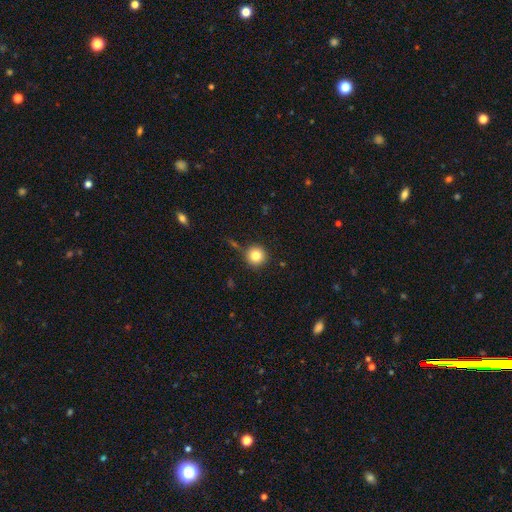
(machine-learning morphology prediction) Smooth or featured: smooth — 82% (star or artifact — 10%)
How rounded: round — 95% (in between — 4%)
Merging: none — 85% (minor disturbance — 8%)